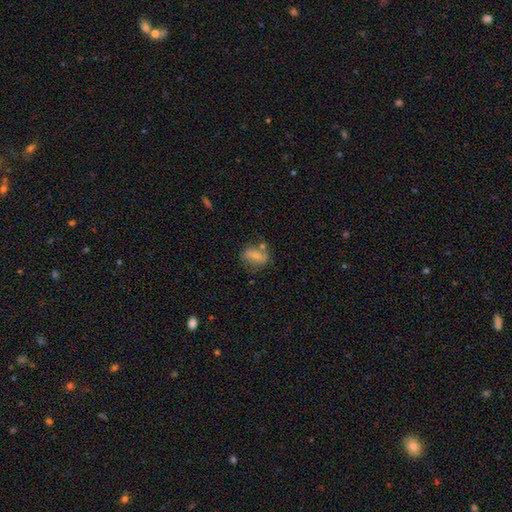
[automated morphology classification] A smooth galaxy with no disk features (58%) that is in between round and cigar-shaped (68%).

Vote fractions:
- Smooth or featured? smooth: 58% / featured or disk: 33% / star or artifact: 9%
- How rounded? in between: 68% / round: 27% / cigar-shaped: 6%
- Merging? none: 58% / minor disturbance: 21% / merger: 13% / major disturbance: 8%